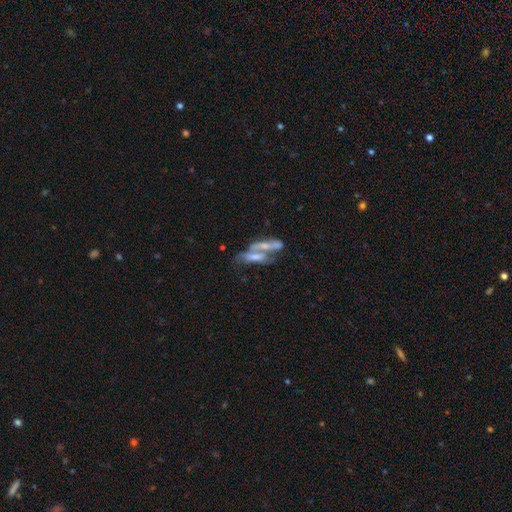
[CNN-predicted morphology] type=featured or disk (53%); edge-on=no (62%); merging=merger (56%).